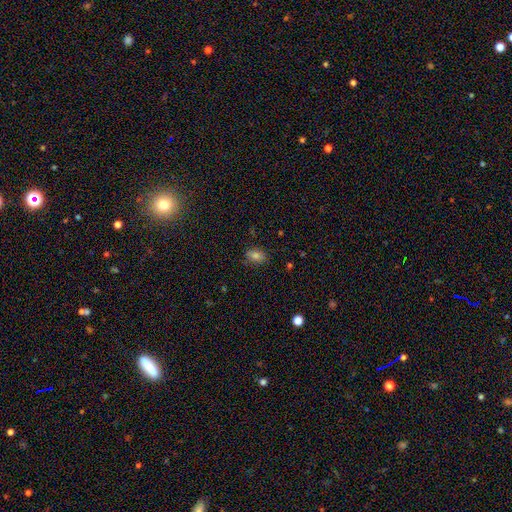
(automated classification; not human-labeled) smooth_or_featured: smooth (p=0.73) [alt: star or artifact p=0.16]
how_rounded: in between (p=0.74) [alt: round p=0.24]
merging: none (p=0.82) [alt: minor disturbance p=0.14]